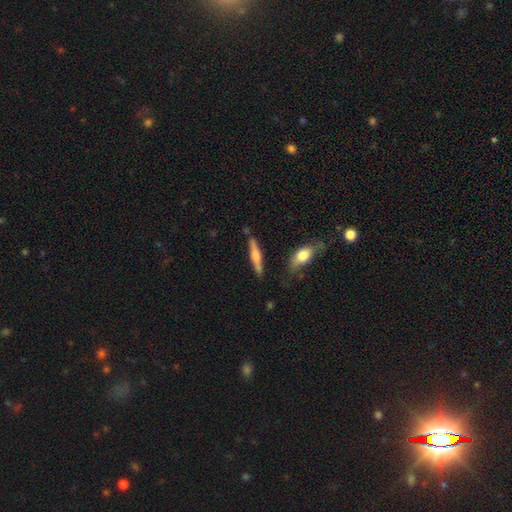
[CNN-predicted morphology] Smooth or featured? featured or disk (48%)
Merging? none (81%)